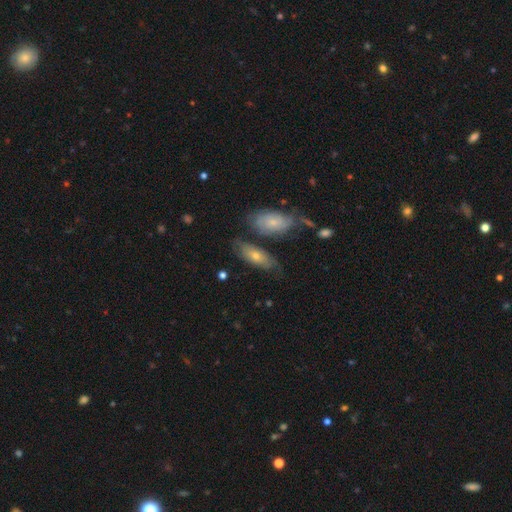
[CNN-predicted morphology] smooth-or-featured: smooth: 50% | featured or disk: 41% | star or artifact: 9%
  merging: none: 60% | minor disturbance: 19% | merger: 14% | major disturbance: 8%